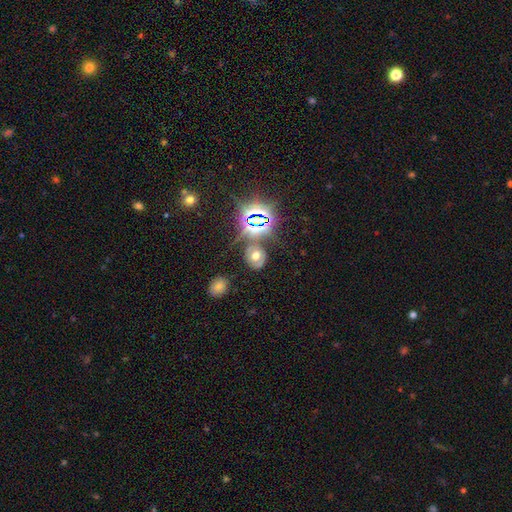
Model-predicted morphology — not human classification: Smooth or featured? smooth (44%)
Merging? none (69%)